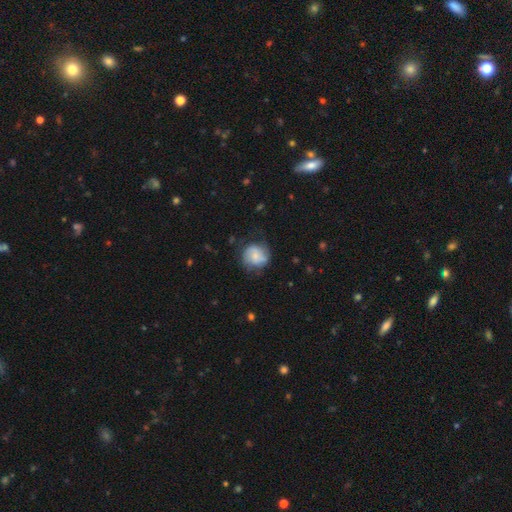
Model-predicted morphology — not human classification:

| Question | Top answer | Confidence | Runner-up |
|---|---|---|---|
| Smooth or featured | smooth | 50% | featured or disk (43%) |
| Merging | none | 68% | minor disturbance (22%) |